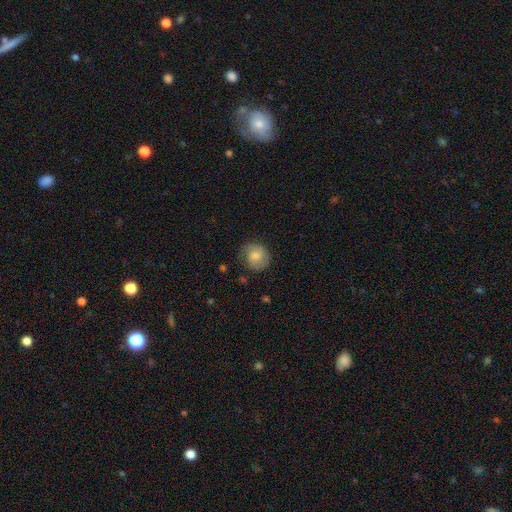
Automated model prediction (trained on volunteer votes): Overall: smooth (62%; featured or disk 30%). How rounded: round (81%). Merging: none (70%).